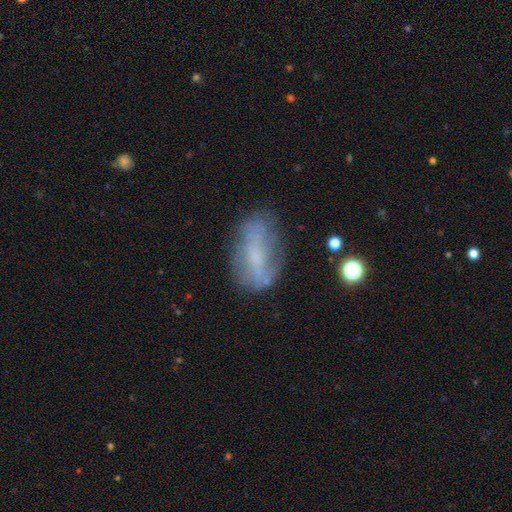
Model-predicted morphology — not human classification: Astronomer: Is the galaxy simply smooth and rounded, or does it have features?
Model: smooth — 45% (runner-up: featured or disk, 43%).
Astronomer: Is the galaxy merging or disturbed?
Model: none — 59%.